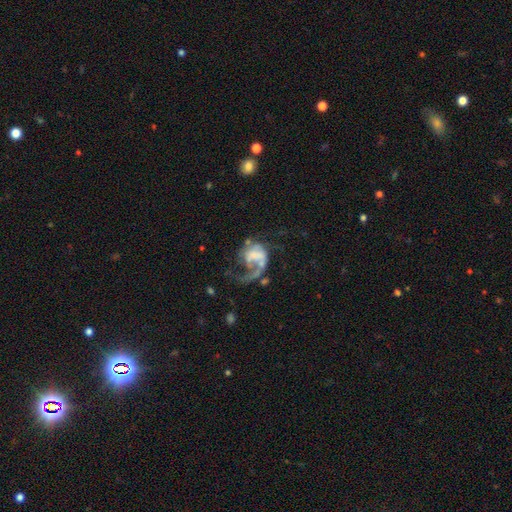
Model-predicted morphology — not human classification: smooth_or_featured: featured or disk (p=0.71) [alt: smooth p=0.21]
disk_edge_on: no (p=0.98) [alt: yes p=0.02]
bar: no (p=0.65) [alt: weak p=0.26]
has_spiral_arms: yes (p=0.70) [alt: no p=0.30]
bulge_size: none (p=0.45) [alt: moderate p=0.19]
merging: major disturbance (p=0.53) [alt: none p=0.24]